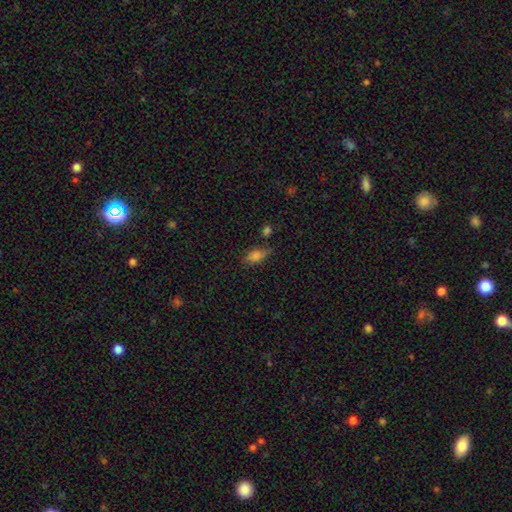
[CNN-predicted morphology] The model was most divided on "merging": none: 60%, minor disturbance: 27%, major disturbance: 8%, merger: 6%. More confident: how rounded — in between (80%); smooth or featured — smooth (74%).